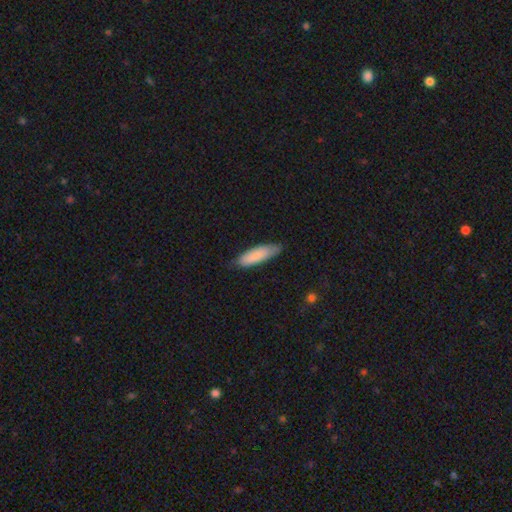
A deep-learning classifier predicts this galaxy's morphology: smooth 80%, featured or disk 14%, star or artifact 5%. Down the decision tree: how rounded — cigar-shaped (51%); merging — none (75%).